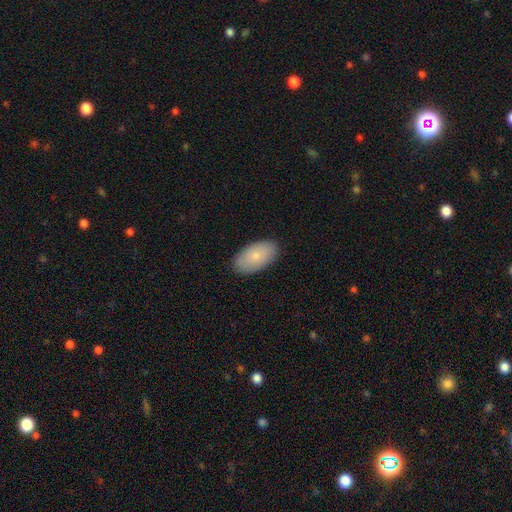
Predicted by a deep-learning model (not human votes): Morphology: type=smooth (81%); roundness=in between (95%); merging=none (88%).